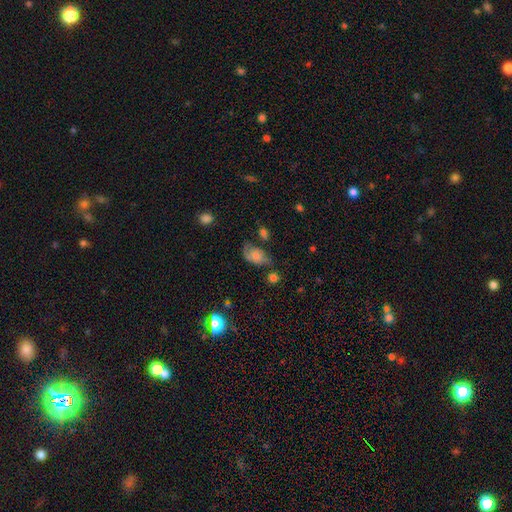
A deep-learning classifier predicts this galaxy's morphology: The model was most divided on "merging": none: 43%, minor disturbance: 33%, major disturbance: 17%, merger: 7%. More confident: how rounded — in between (84%); smooth or featured — smooth (57%).